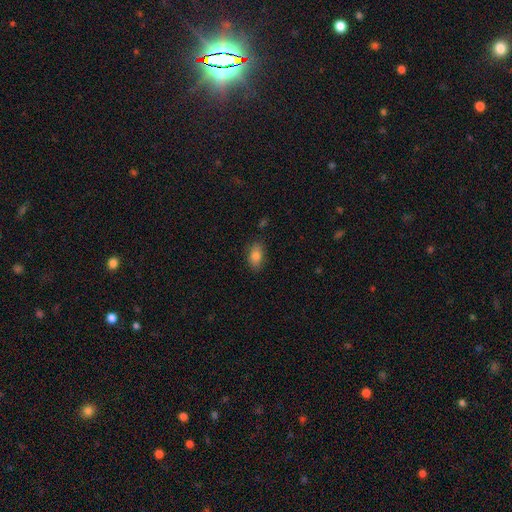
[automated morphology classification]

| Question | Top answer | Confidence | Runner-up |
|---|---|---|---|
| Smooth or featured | smooth | 82% | featured or disk (9%) |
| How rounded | in between | 90% | round (7%) |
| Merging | none | 82% | minor disturbance (13%) |